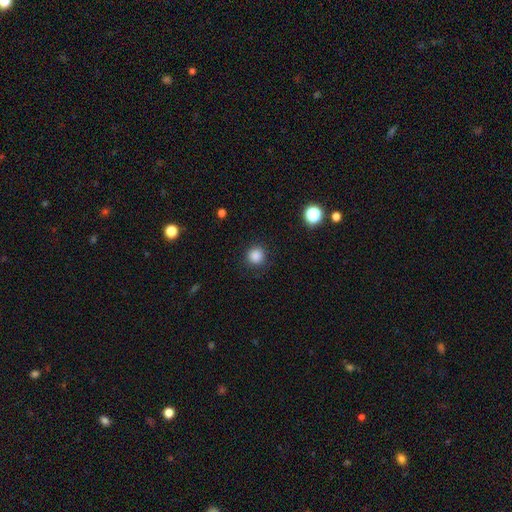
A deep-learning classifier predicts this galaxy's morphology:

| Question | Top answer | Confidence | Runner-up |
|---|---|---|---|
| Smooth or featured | smooth | 86% | star or artifact (11%) |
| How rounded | round | 92% | in between (7%) |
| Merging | none | 88% | minor disturbance (8%) |